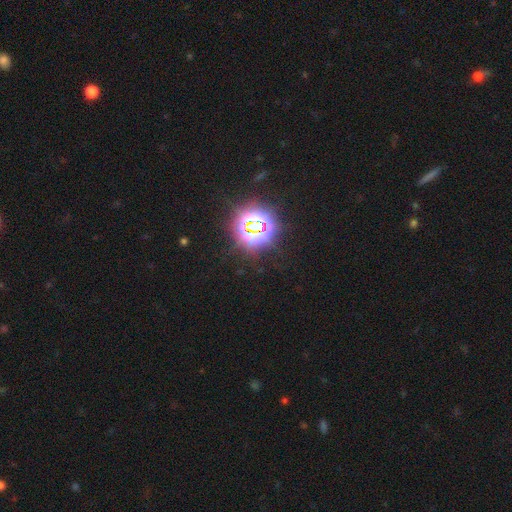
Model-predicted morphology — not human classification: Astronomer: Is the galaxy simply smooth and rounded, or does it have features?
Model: star or artifact — 83%.